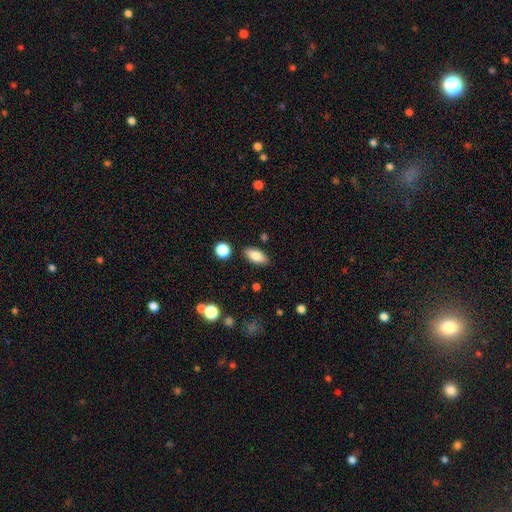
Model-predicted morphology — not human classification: Q: Smooth or featured?
A: smooth (81%); runner-up: featured or disk (12%)
Q: How rounded?
A: in between (87%); runner-up: cigar-shaped (10%)
Q: Merging?
A: none (85%); runner-up: minor disturbance (10%)